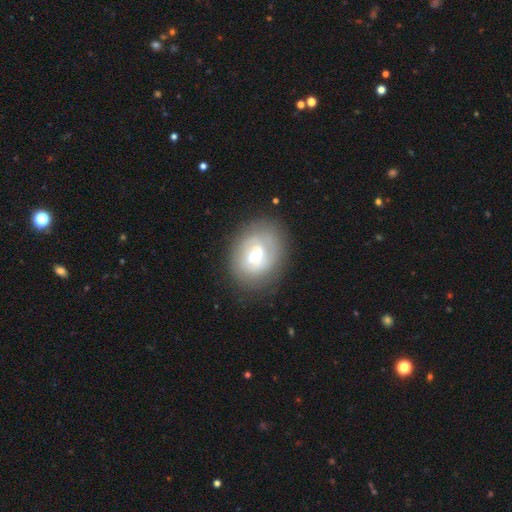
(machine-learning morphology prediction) A featured or disk galaxy (62%) with a weak bar (52%), spiral arms (63%) and a moderate central bulge (63%).

Vote fractions:
- Smooth or featured? featured or disk: 62% / smooth: 30% / star or artifact: 8%
- Edge-on disk? no: 95% / yes: 5%
- Bar? weak: 52% / no: 26% / strong: 22%
- Spiral arms? yes: 63% / no: 37%
- Bulge size? moderate: 63% / small: 28% / large: 7% / none: 1% / dominant: 1%
- Merging? none: 77% / minor disturbance: 15% / major disturbance: 6% / merger: 2%